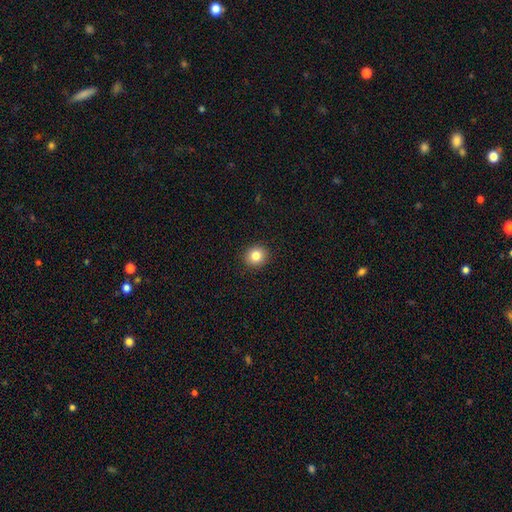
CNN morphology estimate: This is clearly a smooth galaxy (83%). How rounded: likely round (80%). Merging: clearly none (92%).